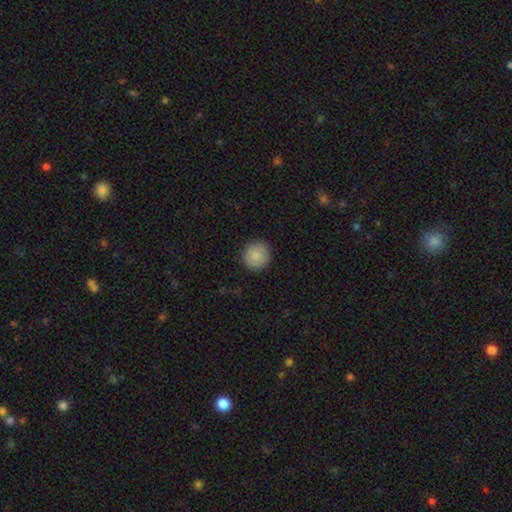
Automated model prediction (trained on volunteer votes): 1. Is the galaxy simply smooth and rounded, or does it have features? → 88% smooth, 8% star or artifact, 4% featured or disk.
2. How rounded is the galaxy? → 95% round, 4% in between, 1% cigar-shaped.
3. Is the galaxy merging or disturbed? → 91% none, 6% minor disturbance, 2% major disturbance, 1% merger.